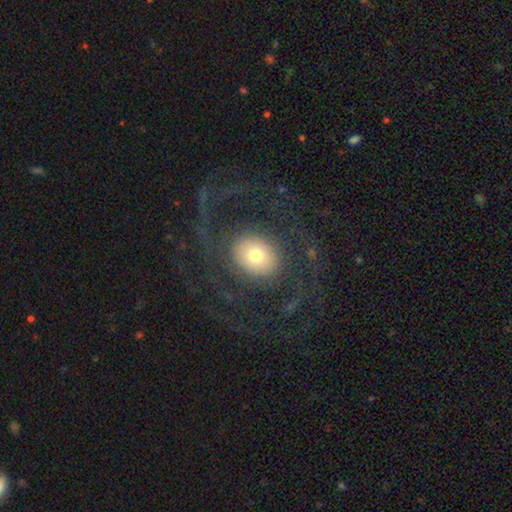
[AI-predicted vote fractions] featured or disk 56%, smooth 35%, star or artifact 9%. Down the decision tree: edge-on disk — no (95%); bar — no (80%); spiral arms — yes (69%); bulge size — moderate (44%); merging — none (69%).